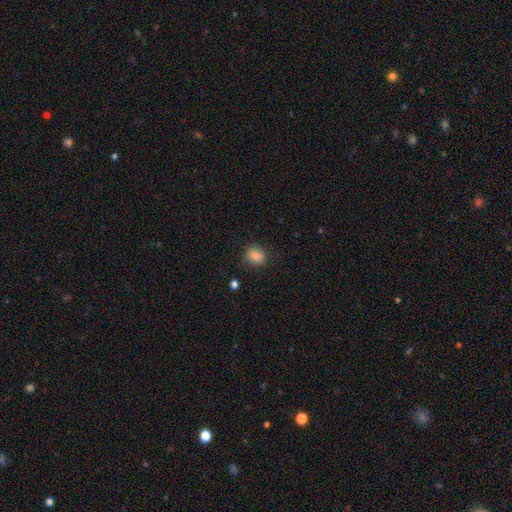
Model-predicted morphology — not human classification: Smooth or featured?
  - smooth: 86% *
  - star or artifact: 10%
  - featured or disk: 4%
How rounded?
  - round: 69% *
  - in between: 30%
  - cigar-shaped: 1%
Merging?
  - none: 82% *
  - minor disturbance: 13%
  - major disturbance: 4%
  - merger: 1%